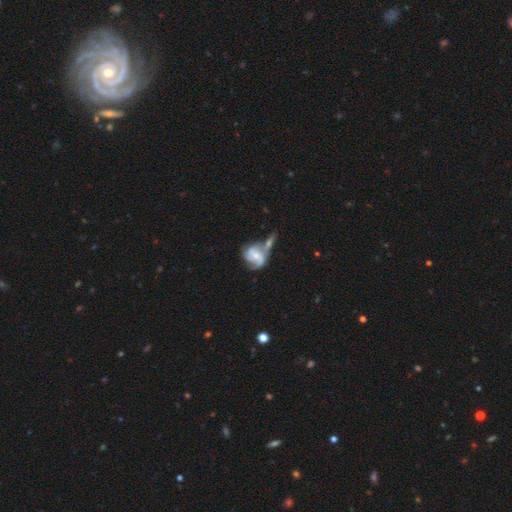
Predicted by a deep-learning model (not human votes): featured or disk 75%, smooth 19%, star or artifact 6%. Down the decision tree: edge-on disk — no (97%); bar — no (62%); spiral arms — yes (91%); spiral arm count — 2 (53%); spiral winding — medium (46%); bulge size — small (53%); merging — merger (45%).